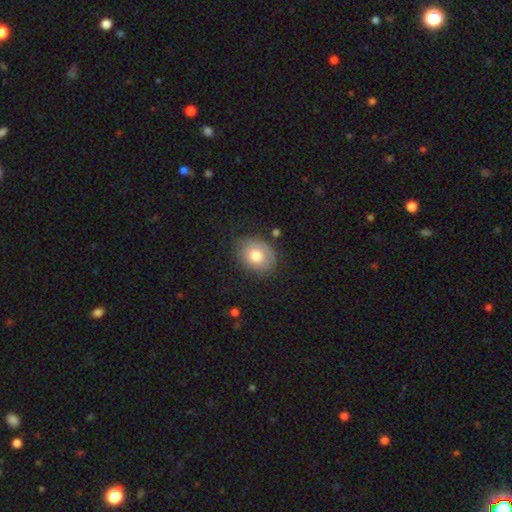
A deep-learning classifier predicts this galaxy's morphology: Smooth or featured? Predicted: smooth (p=0.72). How rounded? Predicted: in between (p=0.52). Merging? Predicted: none (p=0.72).